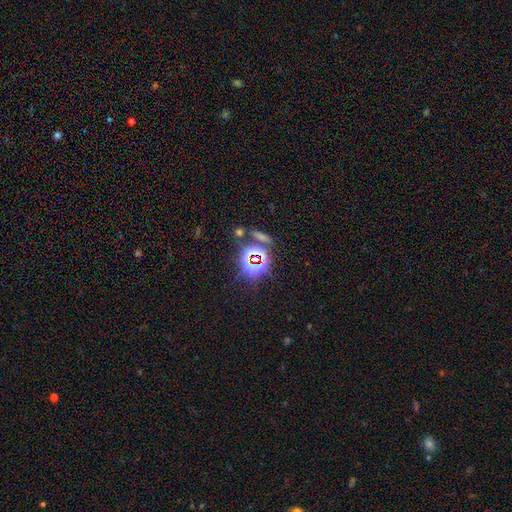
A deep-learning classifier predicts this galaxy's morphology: Smooth or featured?
  - star or artifact: 79% *
  - smooth: 13%
  - featured or disk: 8%